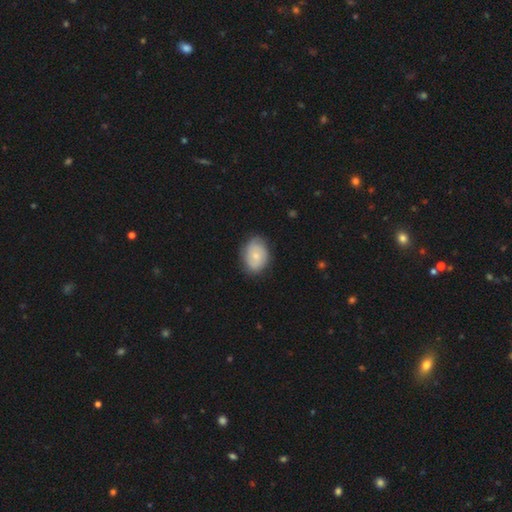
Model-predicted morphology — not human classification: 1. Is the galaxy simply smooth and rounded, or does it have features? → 60% smooth, 33% featured or disk, 7% star or artifact.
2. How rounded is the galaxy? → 64% in between, 35% round, 1% cigar-shaped.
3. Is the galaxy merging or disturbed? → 75% none, 19% minor disturbance, 4% major disturbance, 1% merger.